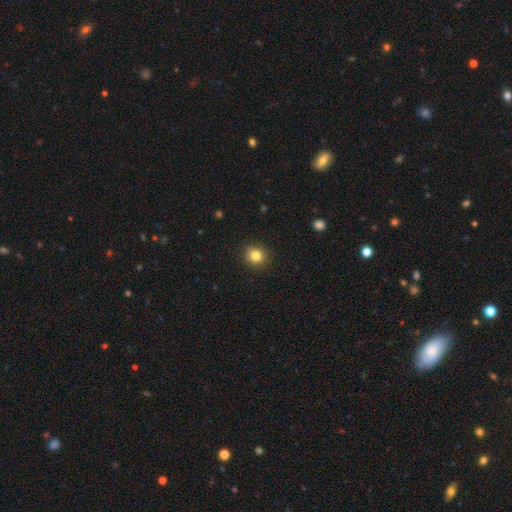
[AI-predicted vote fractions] This appears to be a smooth galaxy with no disk features (82%) that is round (86%). Merging: none (89%).